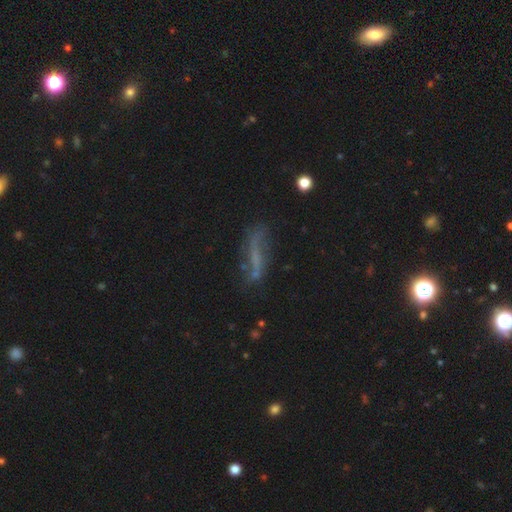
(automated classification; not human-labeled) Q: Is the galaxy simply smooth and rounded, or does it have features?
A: featured or disk — 55%.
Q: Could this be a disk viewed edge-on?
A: no — 69%.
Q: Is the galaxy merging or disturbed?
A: none — 58%.